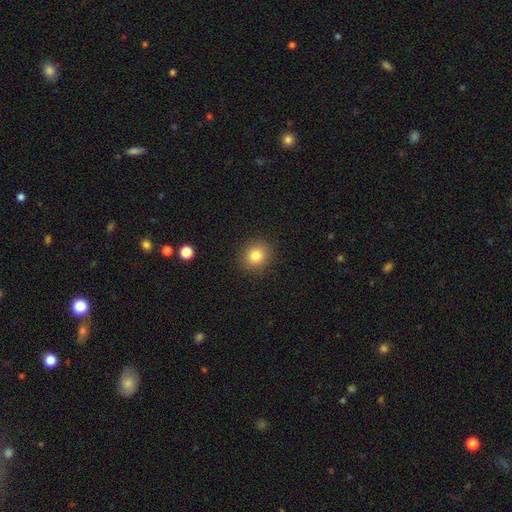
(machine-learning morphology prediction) Smooth or featured: smooth — 82% (star or artifact — 11%)
How rounded: round — 81% (in between — 18%)
Merging: none — 90% (minor disturbance — 7%)